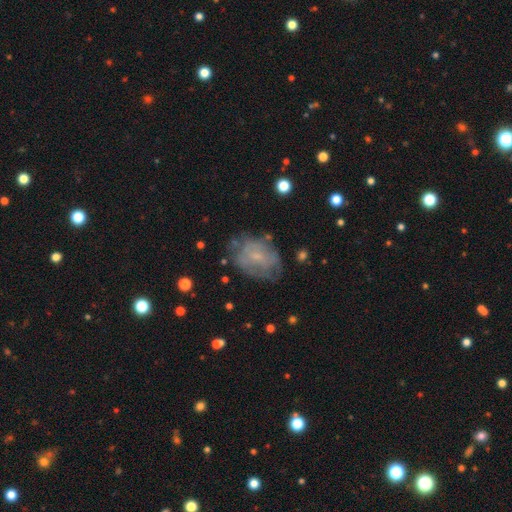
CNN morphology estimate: type=featured or disk (48%); merging=none (60%).